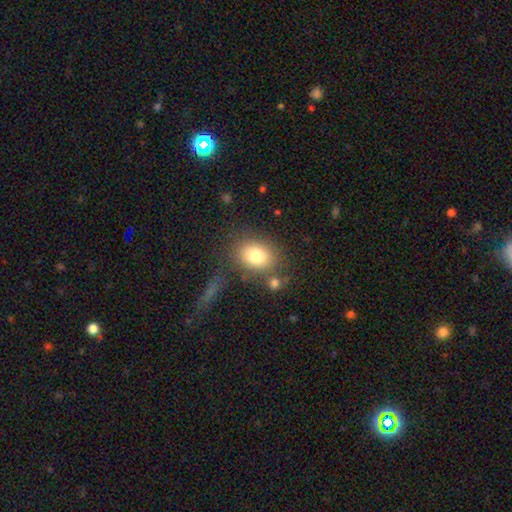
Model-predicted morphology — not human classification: A smooth galaxy with no disk features (81%) that is in between round and cigar-shaped (60%).

Vote fractions:
- Smooth or featured? smooth: 81% / featured or disk: 10% / star or artifact: 9%
- How rounded? in between: 60% / round: 39% / cigar-shaped: 1%
- Merging? none: 71% / minor disturbance: 13% / merger: 10% / major disturbance: 6%